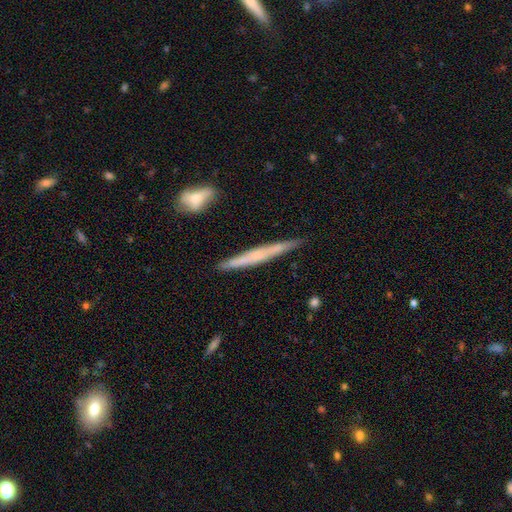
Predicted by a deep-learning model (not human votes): This appears to be a featured or disk galaxy (51%) viewed edge-on (95%). Merging: none (84%).